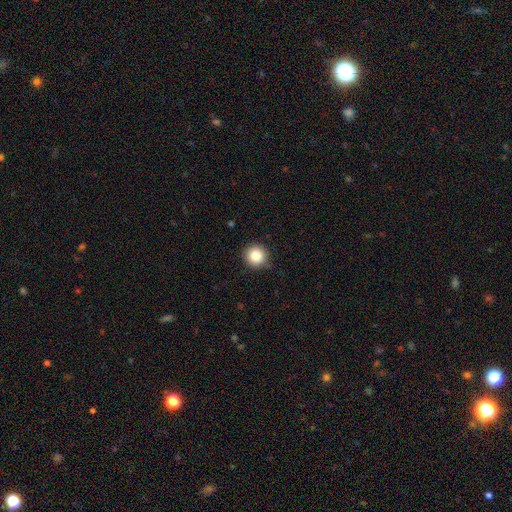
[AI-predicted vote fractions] Smooth or featured: smooth — 85% (star or artifact — 10%)
How rounded: round — 95% (in between — 4%)
Merging: none — 87% (minor disturbance — 10%)